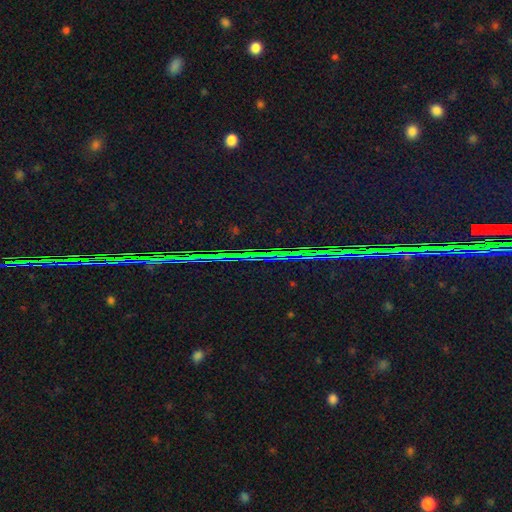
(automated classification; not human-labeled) smooth_or_featured: star or artifact (p=0.84) [alt: featured or disk p=0.09]